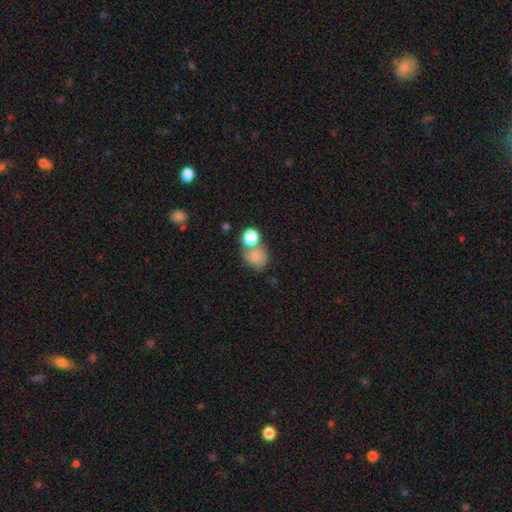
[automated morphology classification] Overall: smooth (79%). How rounded: round (67%; in between 32%). Merging: none (40%, tied with merger).